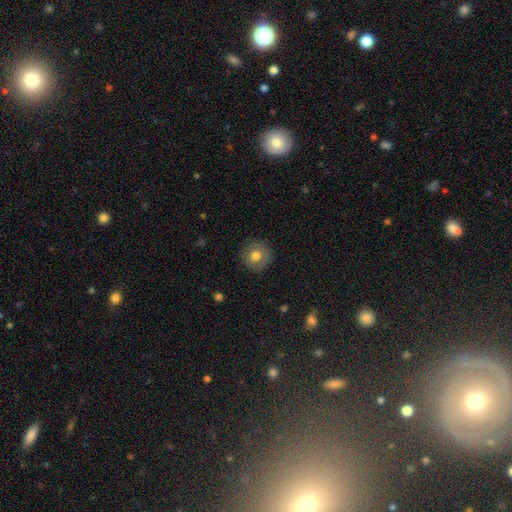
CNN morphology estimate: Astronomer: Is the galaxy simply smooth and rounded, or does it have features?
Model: smooth — 72%.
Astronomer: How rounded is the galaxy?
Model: round — 94%.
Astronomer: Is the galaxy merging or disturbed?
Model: none — 88%.